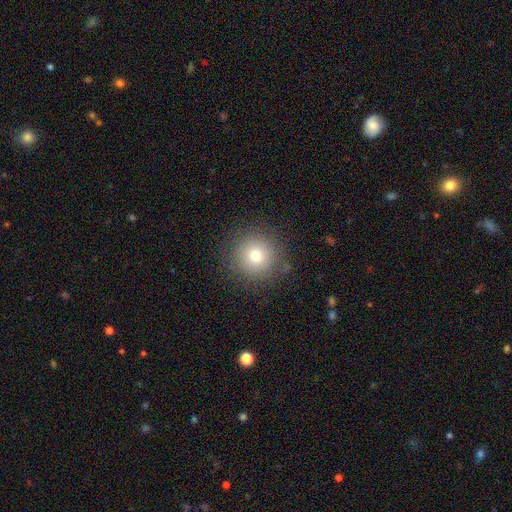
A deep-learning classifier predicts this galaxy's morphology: type=smooth (76%); roundness=round (95%); merging=none (89%).